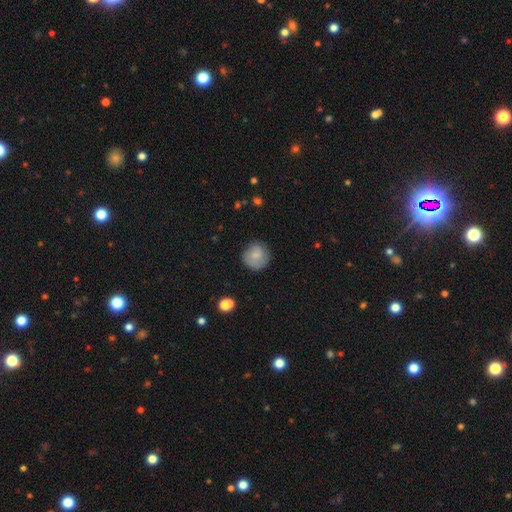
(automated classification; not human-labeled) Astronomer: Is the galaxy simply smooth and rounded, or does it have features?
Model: smooth — 74%.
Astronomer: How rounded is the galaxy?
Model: round — 91%.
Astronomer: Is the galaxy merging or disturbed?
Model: none — 77%.